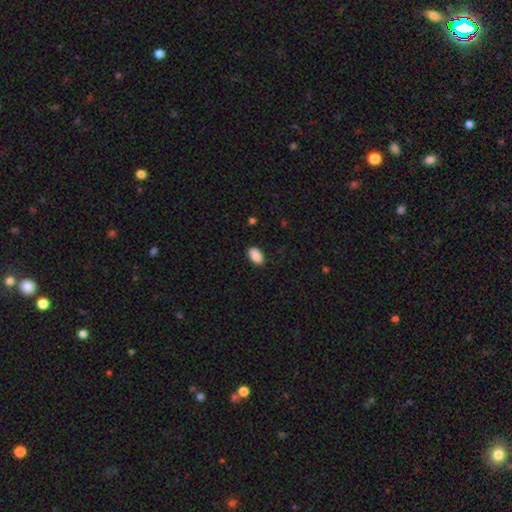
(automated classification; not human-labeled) Smooth or featured?
  - smooth: 90% *
  - star or artifact: 7%
  - featured or disk: 3%
How rounded?
  - in between: 94% *
  - round: 5%
  - cigar-shaped: 2%
Merging?
  - none: 86% *
  - minor disturbance: 11%
  - major disturbance: 2%
  - merger: 1%